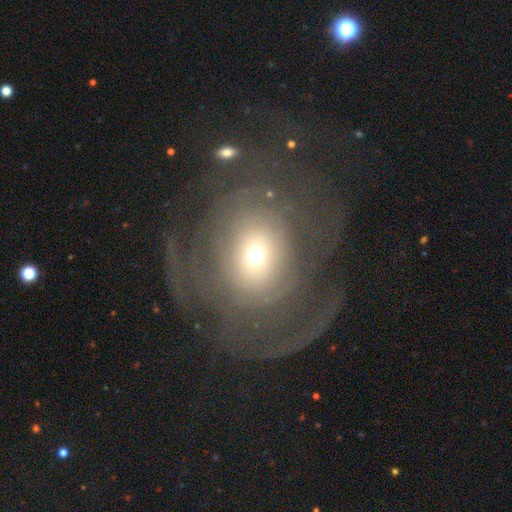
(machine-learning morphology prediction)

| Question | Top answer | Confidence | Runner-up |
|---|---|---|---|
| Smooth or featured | featured or disk | 64% | smooth (27%) |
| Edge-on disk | no | 96% | yes (4%) |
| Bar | no | 81% | weak (14%) |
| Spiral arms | yes | 62% | no (38%) |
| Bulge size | moderate | 45% | small (42%) |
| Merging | none | 47% | major disturbance (37%) |